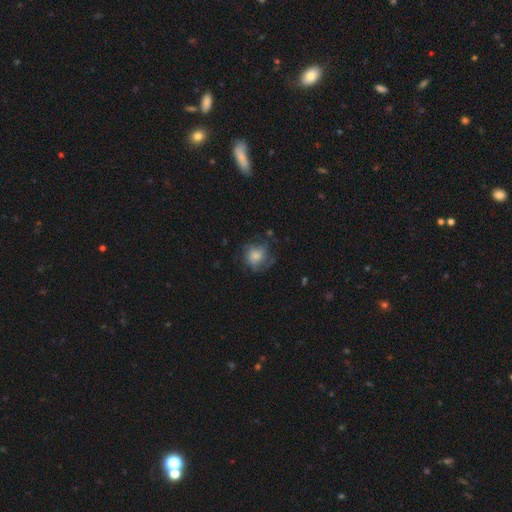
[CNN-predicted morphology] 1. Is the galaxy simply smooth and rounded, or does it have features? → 58% smooth, 32% featured or disk, 10% star or artifact.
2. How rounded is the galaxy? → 79% round, 20% in between, 1% cigar-shaped.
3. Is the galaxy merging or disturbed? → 54% none, 24% minor disturbance, 19% major disturbance, 2% merger.